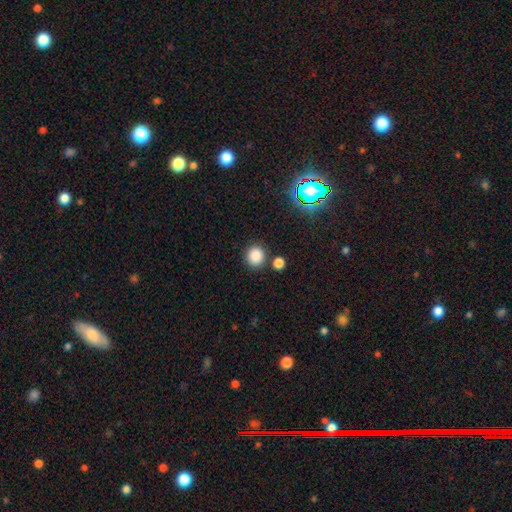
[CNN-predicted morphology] Smooth or featured: smooth — 85% (star or artifact — 11%)
How rounded: round — 87% (in between — 12%)
Merging: none — 82% (minor disturbance — 8%)